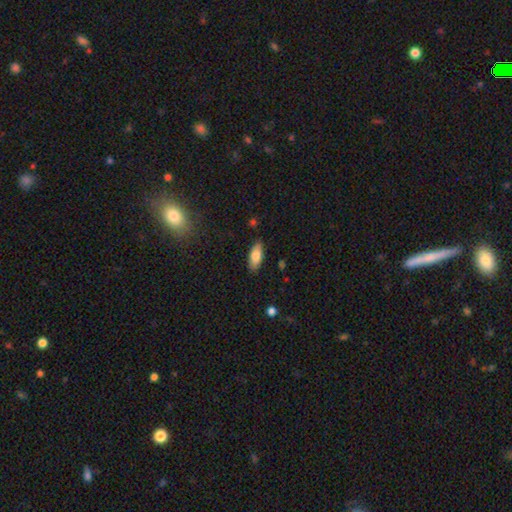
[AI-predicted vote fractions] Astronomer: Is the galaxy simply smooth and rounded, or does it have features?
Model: smooth — 80%.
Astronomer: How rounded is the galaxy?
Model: in between — 85%.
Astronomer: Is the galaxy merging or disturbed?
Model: none — 85%.